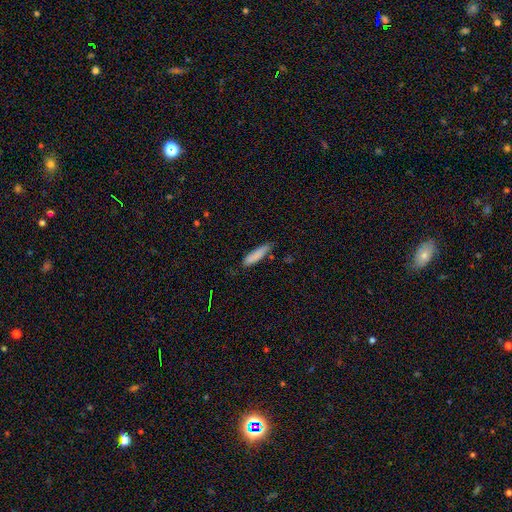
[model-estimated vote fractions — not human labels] Overall: smooth (84%). How rounded: cigar-shaped (73%). Merging: none (74%).